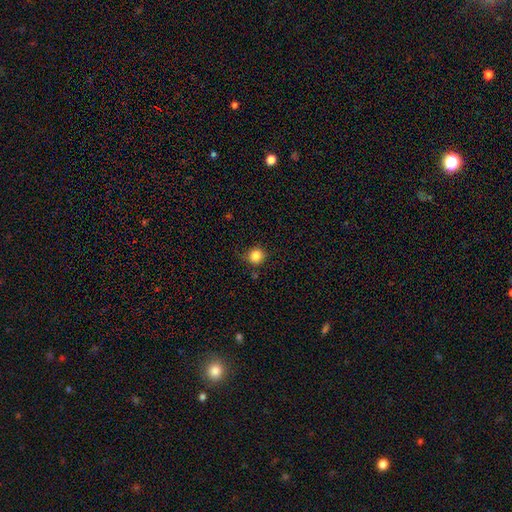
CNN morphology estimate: Smooth or featured: smooth — 84% (star or artifact — 11%)
How rounded: round — 88% (in between — 11%)
Merging: none — 81% (minor disturbance — 13%)